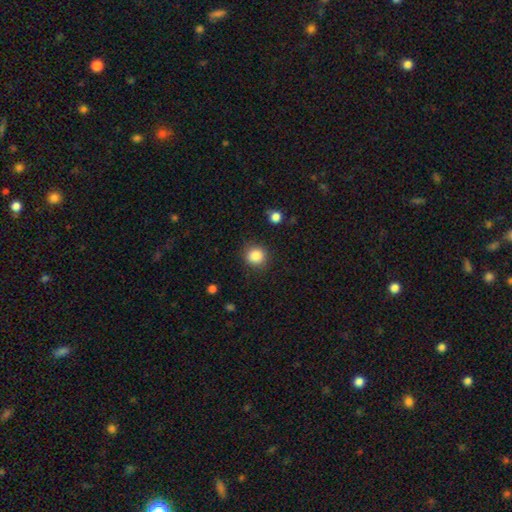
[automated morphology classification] type=smooth (86%); roundness=round (89%); merging=none (87%).